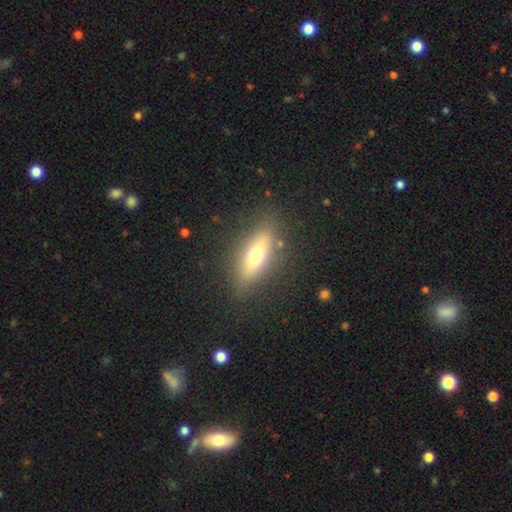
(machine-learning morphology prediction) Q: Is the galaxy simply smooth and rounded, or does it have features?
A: smooth — 55%.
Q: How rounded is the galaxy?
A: in between — 55%.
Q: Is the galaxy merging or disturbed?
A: none — 84%.